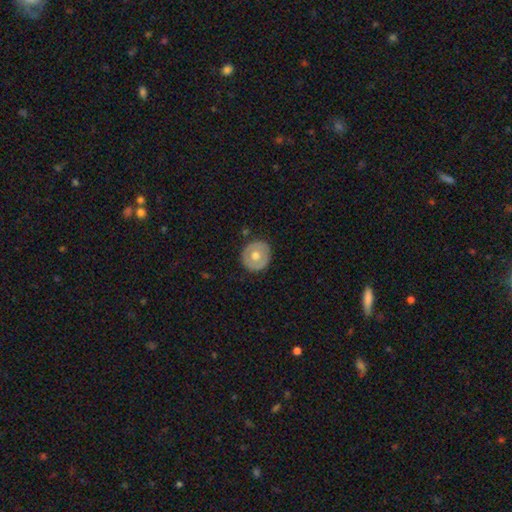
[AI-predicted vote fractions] This is possibly a smooth galaxy (53%). How rounded: clearly round (89%). Merging: clearly none (88%).